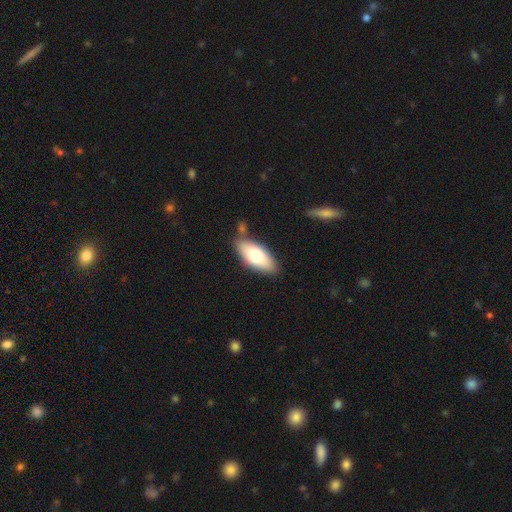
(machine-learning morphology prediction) Smooth or featured: smooth — 72% (featured or disk — 23%)
How rounded: in between — 83% (cigar-shaped — 14%)
Merging: none — 75% (minor disturbance — 14%)